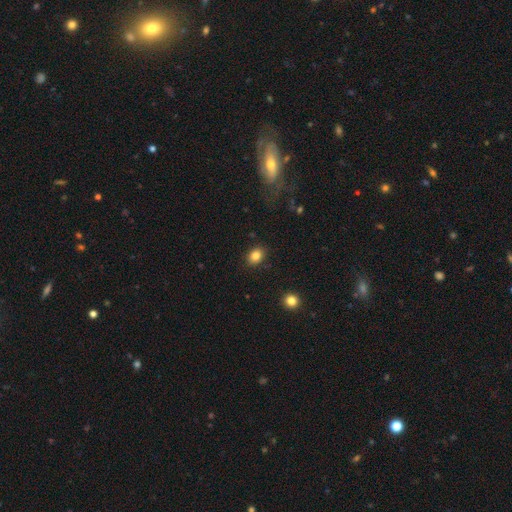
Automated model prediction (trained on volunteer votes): Q: Smooth or featured?
A: smooth (83%); runner-up: star or artifact (10%)
Q: How rounded?
A: in between (57%); runner-up: round (42%)
Q: Merging?
A: none (88%); runner-up: minor disturbance (8%)